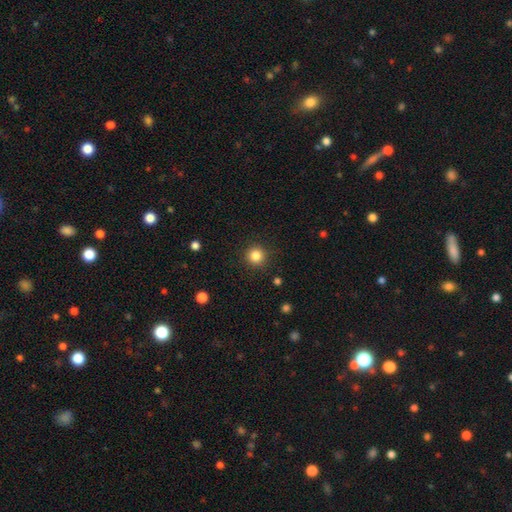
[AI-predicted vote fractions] Morphology: type=smooth (84%); roundness=round (95%); merging=none (90%).